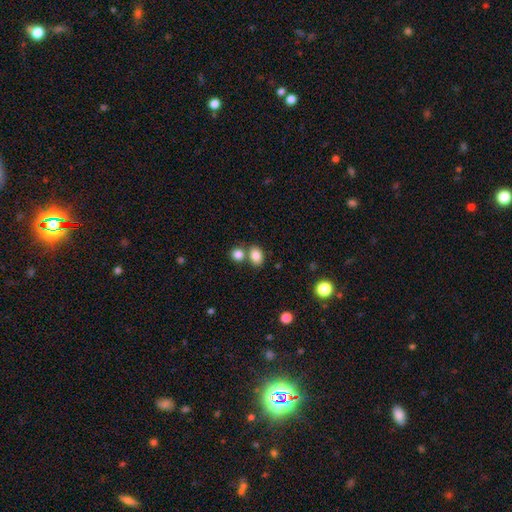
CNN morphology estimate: Overall: smooth (85%). How rounded: in between (68%; round 31%). Merging: none (59%; merger 27%).